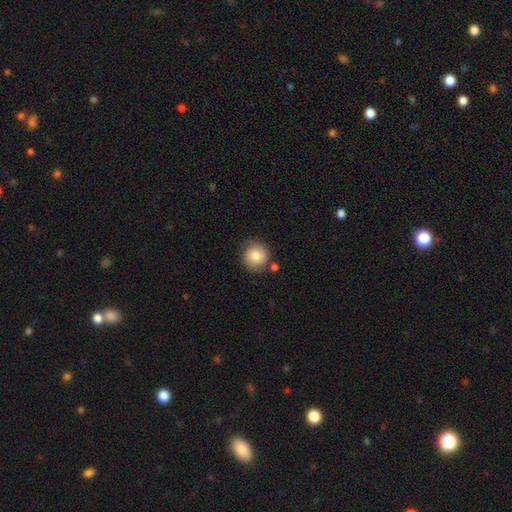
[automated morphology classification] Smooth or featured: smooth — 82% (featured or disk — 10%)
How rounded: round — 92% (in between — 8%)
Merging: none — 79% (minor disturbance — 12%)